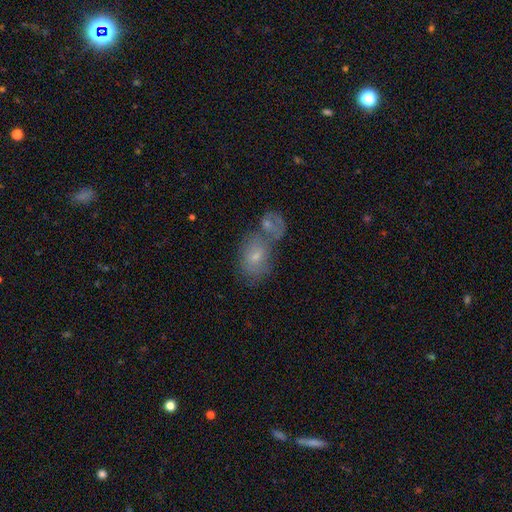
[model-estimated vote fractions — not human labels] smooth-or-featured: smooth: 52% | featured or disk: 36% | star or artifact: 11%
  how-rounded: in between: 78% | round: 20% | cigar-shaped: 2%
  merging: merger: 54% | none: 29% | minor disturbance: 11% | major disturbance: 6%